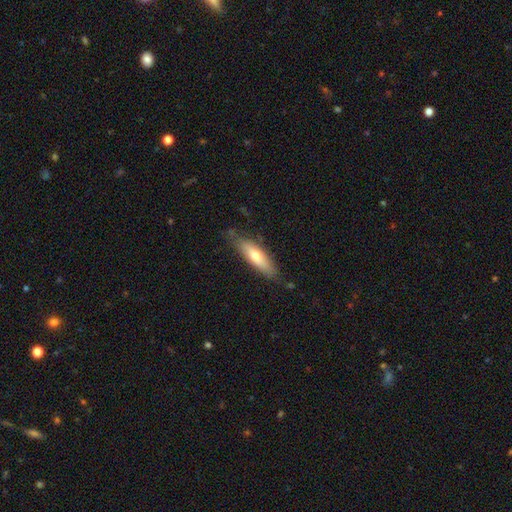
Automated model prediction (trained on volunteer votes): Smooth or featured? smooth (66%)
How rounded? cigar-shaped (56%)
Merging? none (76%)